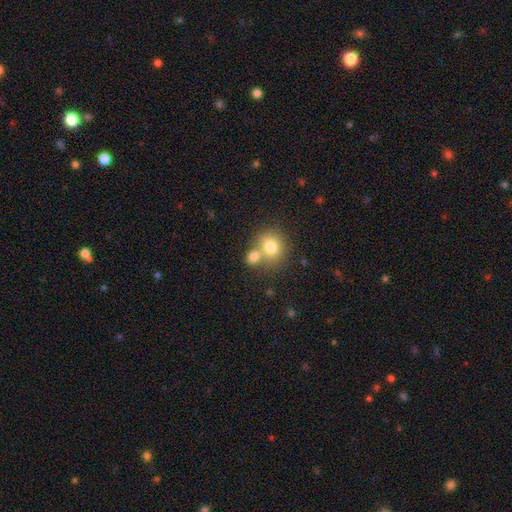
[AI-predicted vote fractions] Overall: smooth (75%). How rounded: round (77%). Merging: none (49%; merger 39%).